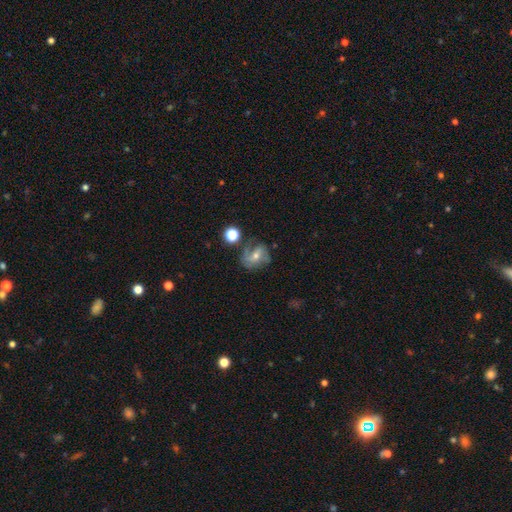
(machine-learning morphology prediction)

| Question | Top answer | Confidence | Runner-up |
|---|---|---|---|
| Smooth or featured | featured or disk | 62% | smooth (27%) |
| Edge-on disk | no | 96% | yes (4%) |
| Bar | no | 42% | weak (39%) |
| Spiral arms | yes | 83% | no (17%) |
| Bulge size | moderate | 52% | small (42%) |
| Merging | none | 54% | minor disturbance (23%) |